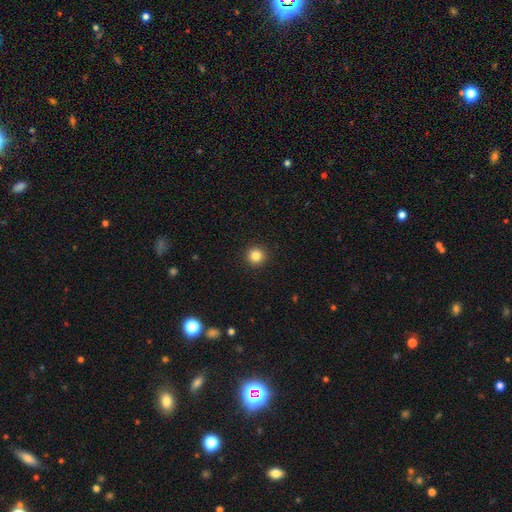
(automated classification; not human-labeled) Q: Smooth or featured?
A: smooth (84%); runner-up: star or artifact (12%)
Q: How rounded?
A: round (95%); runner-up: in between (4%)
Q: Merging?
A: none (93%); runner-up: minor disturbance (4%)